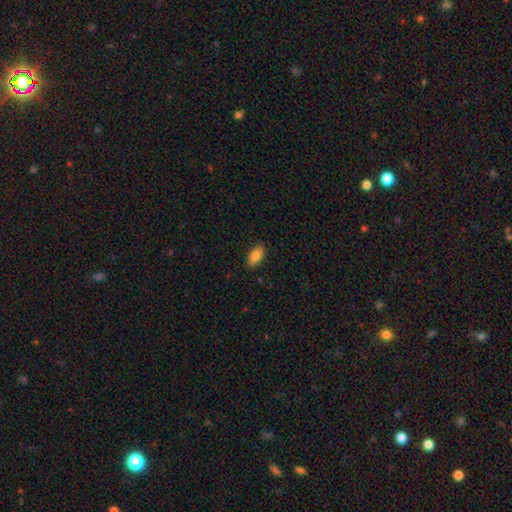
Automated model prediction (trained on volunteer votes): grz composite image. It shows a smooth galaxy with no disk features (83%) that is in between round and cigar-shaped (91%). Merging: none (88%).